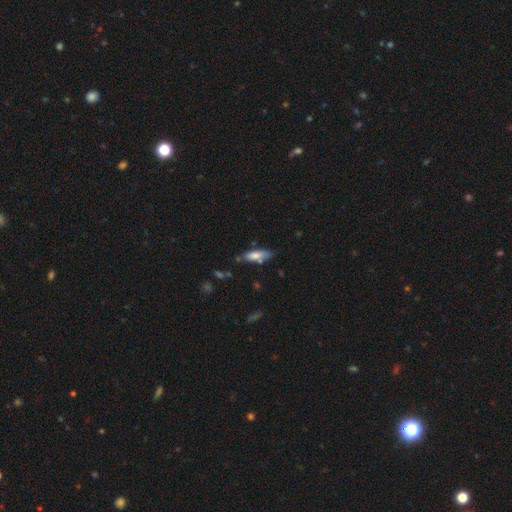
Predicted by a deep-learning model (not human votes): This appears to be a smooth galaxy with no disk features (75%) that is cigar-shaped (52%). Merging: none (68%).